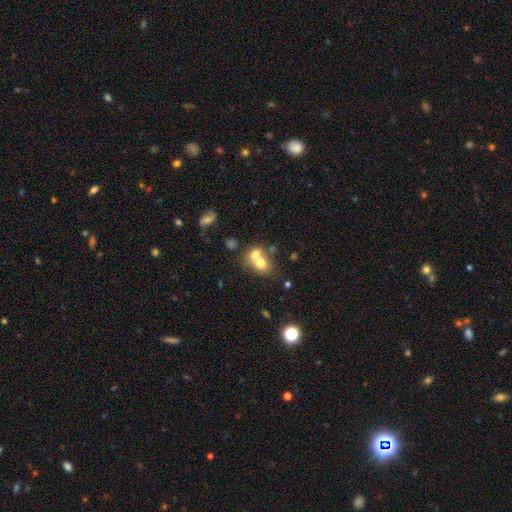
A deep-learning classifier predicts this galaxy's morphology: Q: Smooth or featured?
A: smooth (68%); runner-up: featured or disk (20%)
Q: How rounded?
A: round (60%); runner-up: in between (39%)
Q: Merging?
A: merger (63%); runner-up: none (28%)